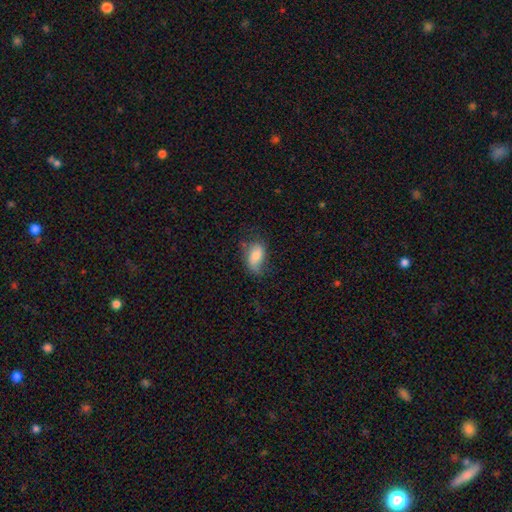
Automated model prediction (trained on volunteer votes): Overall: smooth (71%). How rounded: in between (90%). Merging: none (49%; minor disturbance 33%).